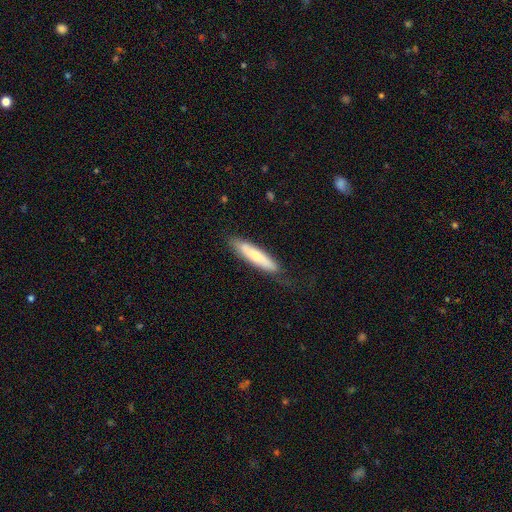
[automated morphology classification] Overall: smooth (66%; featured or disk 29%). How rounded: cigar-shaped (82%). Merging: none (72%).